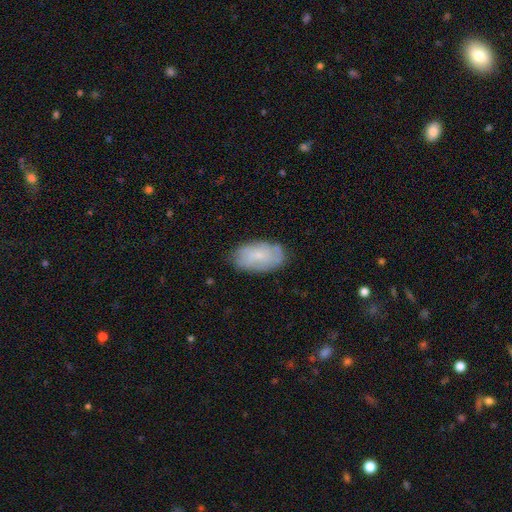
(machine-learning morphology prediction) Smooth or featured: smooth — 50% (featured or disk — 42%)
How rounded: in between — 93% (round — 4%)
Merging: none — 77% (minor disturbance — 18%)